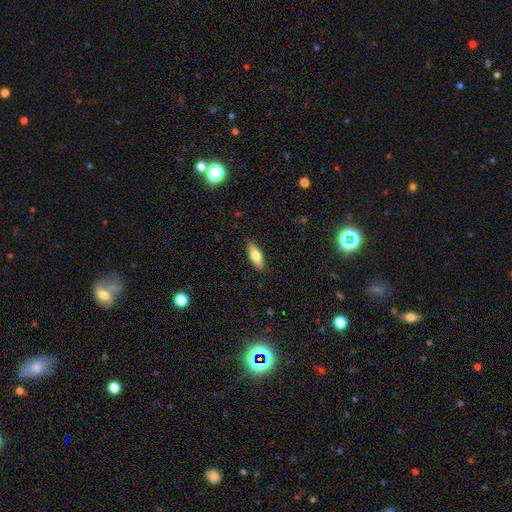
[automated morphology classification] Q: Smooth or featured?
A: smooth (69%); runner-up: featured or disk (25%)
Q: How rounded?
A: in between (63%); runner-up: cigar-shaped (35%)
Q: Merging?
A: none (88%); runner-up: minor disturbance (9%)